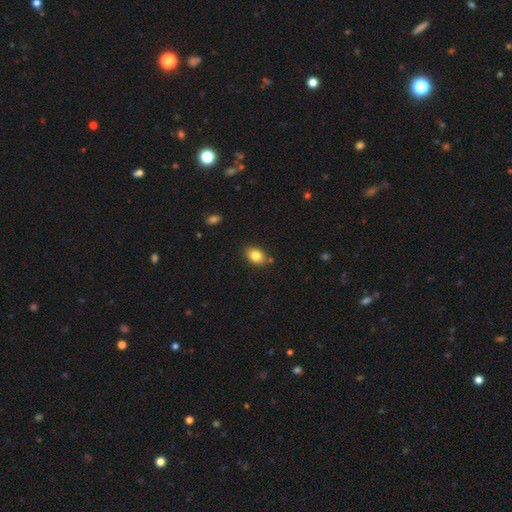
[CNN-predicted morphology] Q: Smooth or featured?
A: smooth (83%); runner-up: star or artifact (9%)
Q: How rounded?
A: in between (75%); runner-up: round (24%)
Q: Merging?
A: none (82%); runner-up: minor disturbance (11%)